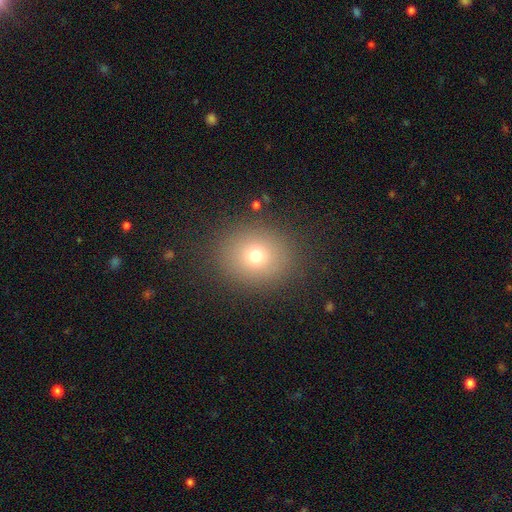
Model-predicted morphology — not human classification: type=smooth (71%); roundness=round (70%); merging=none (86%).